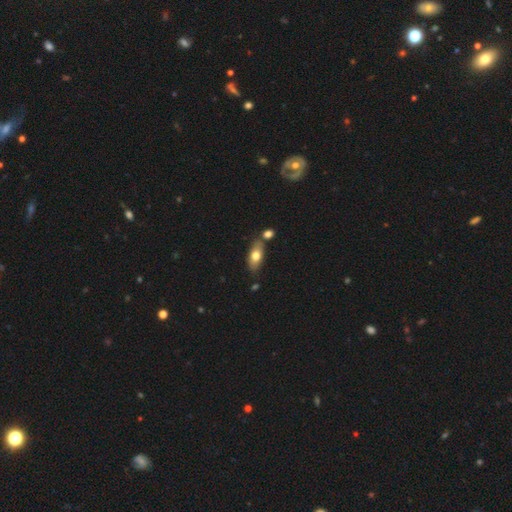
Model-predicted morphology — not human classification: smooth_or_featured: smooth (p=0.70) [alt: featured or disk p=0.23]
how_rounded: in between (p=0.82) [alt: cigar-shaped p=0.14]
merging: none (p=0.72) [alt: minor disturbance p=0.13]